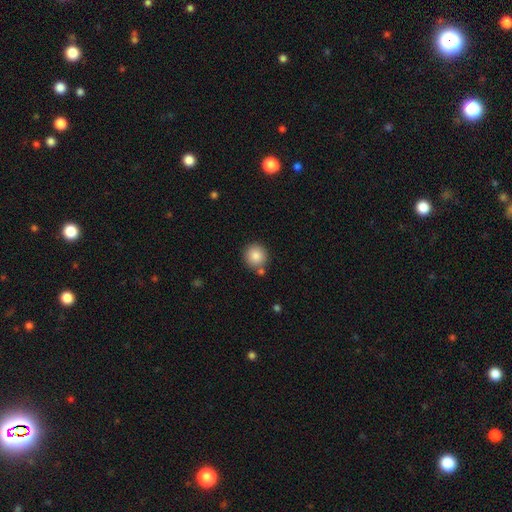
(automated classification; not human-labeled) smooth-or-featured: smooth: 85% | star or artifact: 9% | featured or disk: 6%
  how-rounded: round: 93% | in between: 6% | cigar-shaped: 1%
  merging: none: 80% | merger: 9% | minor disturbance: 9% | major disturbance: 2%